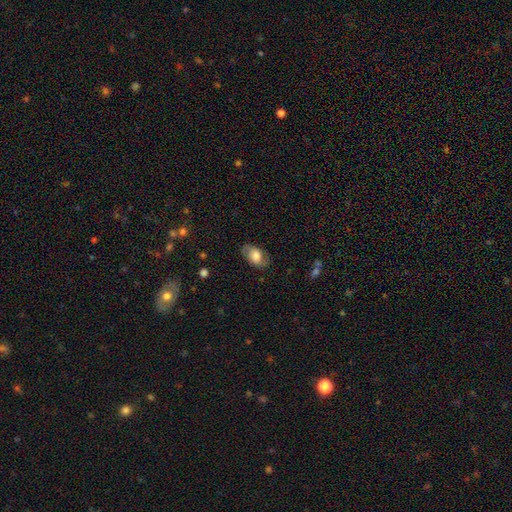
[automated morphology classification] smooth 59%, featured or disk 33%, star or artifact 8%. Down the decision tree: how rounded — in between (89%); merging — none (75%).